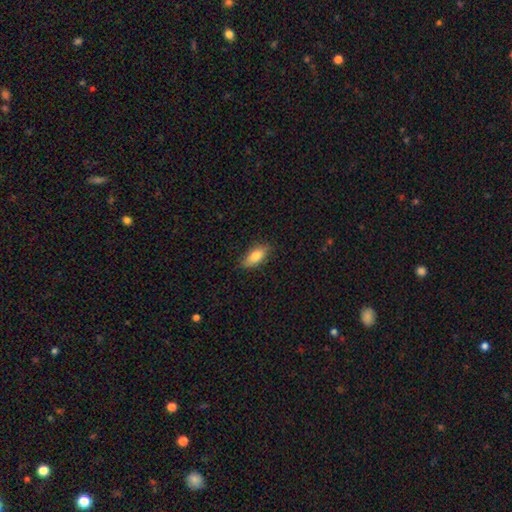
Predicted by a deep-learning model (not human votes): smooth_or_featured: smooth (p=0.79) [alt: featured or disk p=0.14]
how_rounded: in between (p=0.82) [alt: cigar-shaped p=0.15]
merging: none (p=0.83) [alt: minor disturbance p=0.14]